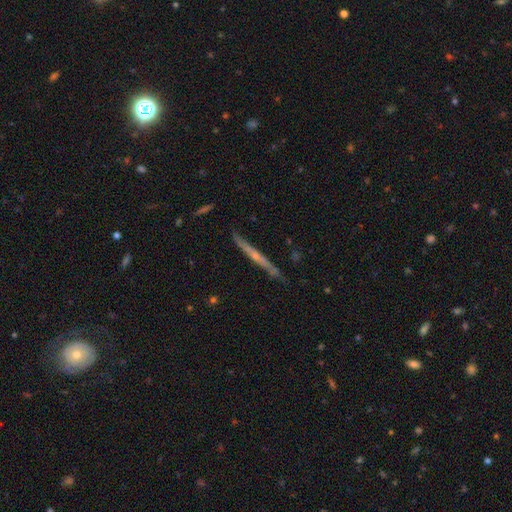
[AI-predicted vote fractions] Smooth or featured? featured or disk (69%)
Edge-on disk? yes (96%)
Edge-on bulge? none (51%)
Merging? none (83%)